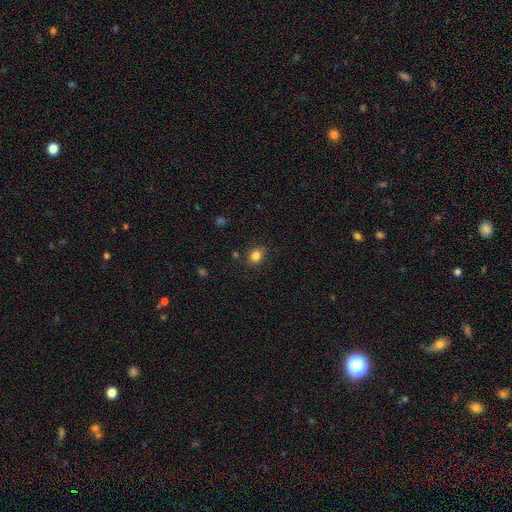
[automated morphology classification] smooth-or-featured: smooth: 83% | star or artifact: 12% | featured or disk: 5%
  how-rounded: round: 70% | in between: 29% | cigar-shaped: 1%
  merging: none: 83% | minor disturbance: 11% | major disturbance: 3% | merger: 2%